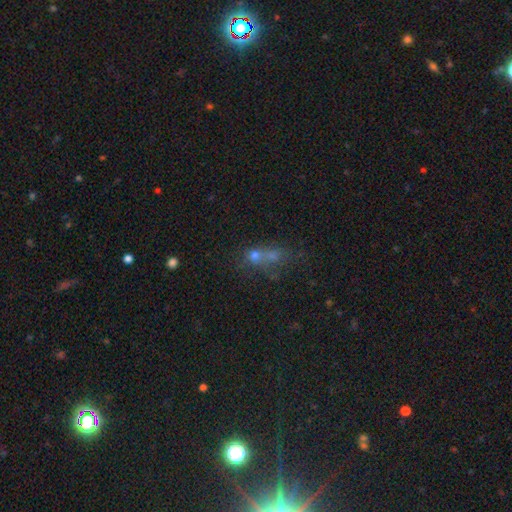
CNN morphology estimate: Smooth or featured?
  - smooth: 54% *
  - star or artifact: 25%
  - featured or disk: 21%
How rounded?
  - round: 63% *
  - in between: 33%
  - cigar-shaped: 4%
Merging?
  - merger: 59% *
  - none: 27%
  - minor disturbance: 8%
  - major disturbance: 6%